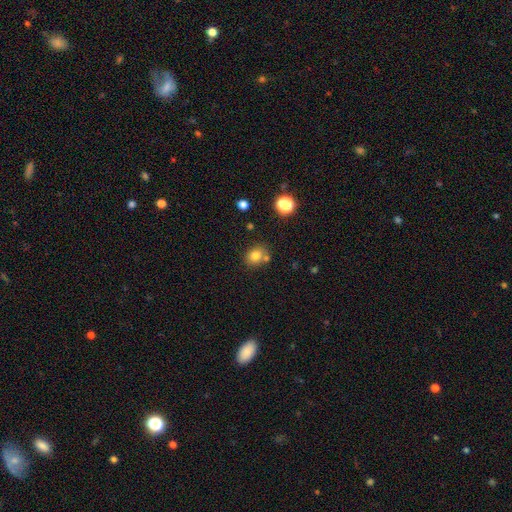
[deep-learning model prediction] Morphology: type=smooth (79%); roundness=round (64%); merging=none (66%).